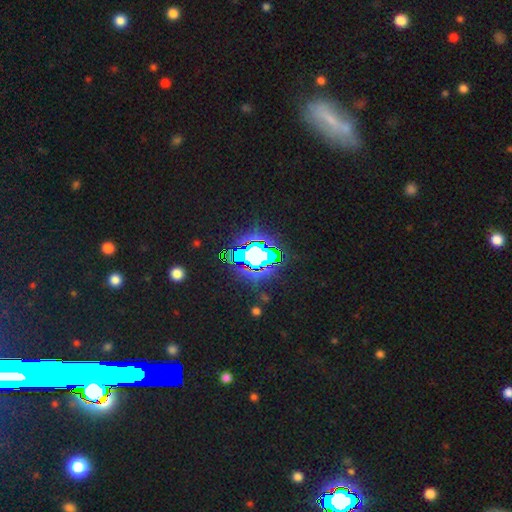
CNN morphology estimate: A star or artifact, not a galaxy (71%).

Vote fractions:
- Smooth or featured? star or artifact: 71% / smooth: 16% / featured or disk: 13%